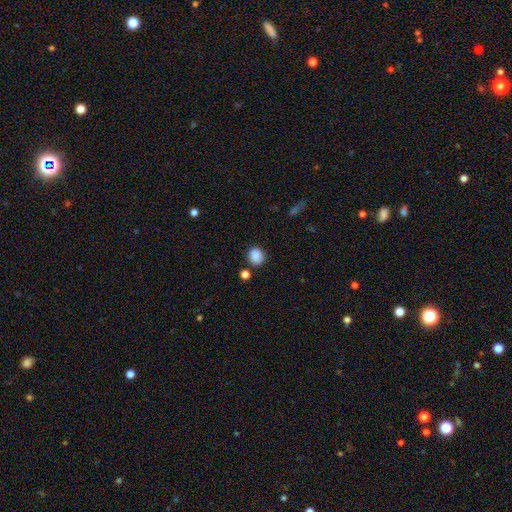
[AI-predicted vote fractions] Overall: smooth (87%). How rounded: round (73%). Merging: none (81%).